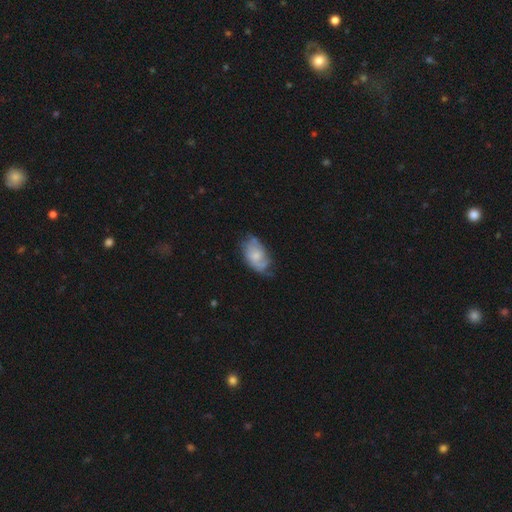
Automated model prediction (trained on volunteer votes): Smooth or featured? Predicted: smooth (p=0.47). Merging? Predicted: none (p=0.49).